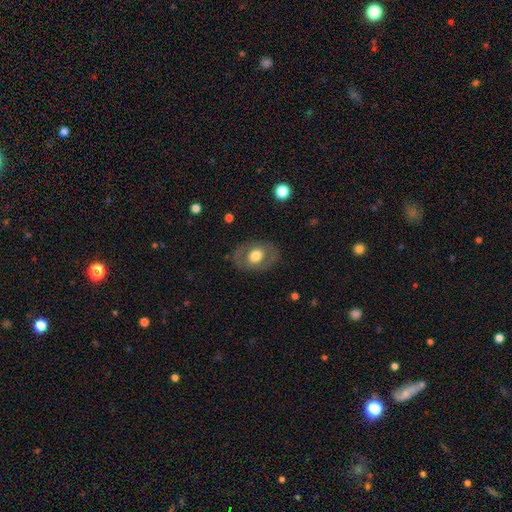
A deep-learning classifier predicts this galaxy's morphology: Smooth or featured?
  - smooth: 57% *
  - featured or disk: 36%
  - star or artifact: 7%
How rounded?
  - in between: 66% *
  - round: 33%
  - cigar-shaped: 1%
Merging?
  - none: 81% *
  - minor disturbance: 12%
  - major disturbance: 6%
  - merger: 1%